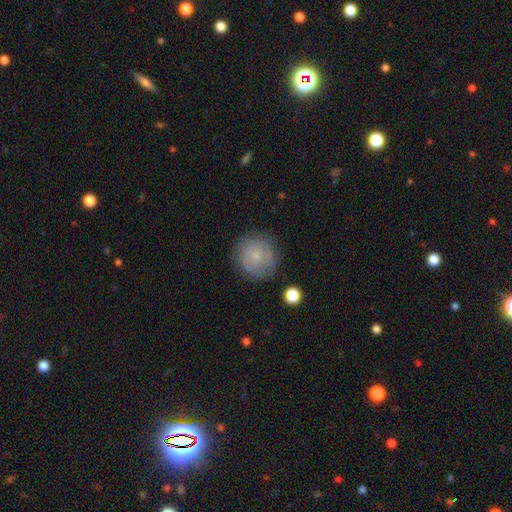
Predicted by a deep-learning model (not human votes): A smooth galaxy with no disk features (73%) that is round (92%). Merging: none (79%).